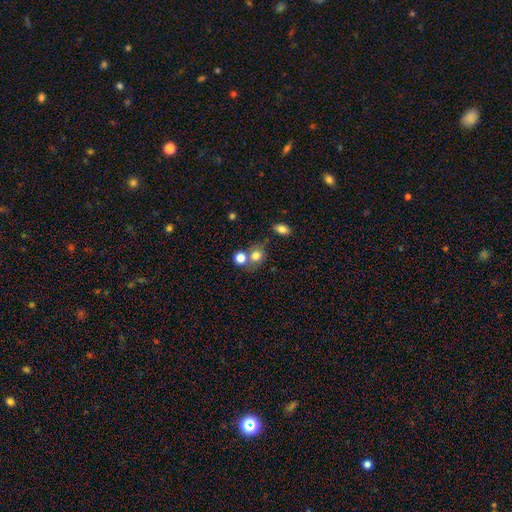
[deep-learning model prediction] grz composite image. It shows a smooth galaxy with no disk features (77%) that is round (77%). Merging: none (49%).